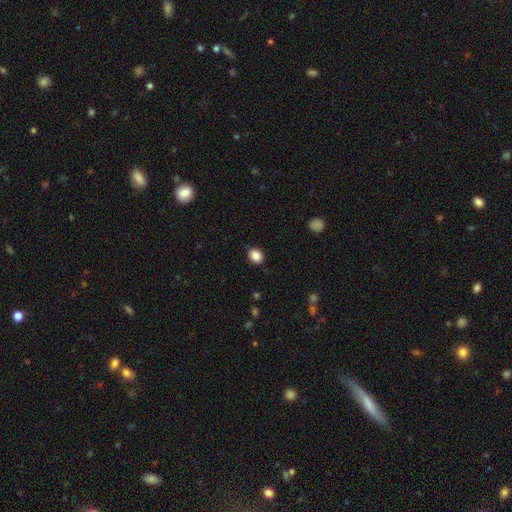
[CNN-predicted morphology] smooth_or_featured: smooth (p=0.88) [alt: star or artifact p=0.09]
how_rounded: round (p=0.53) [alt: in between p=0.46]
merging: none (p=0.87) [alt: minor disturbance p=0.10]